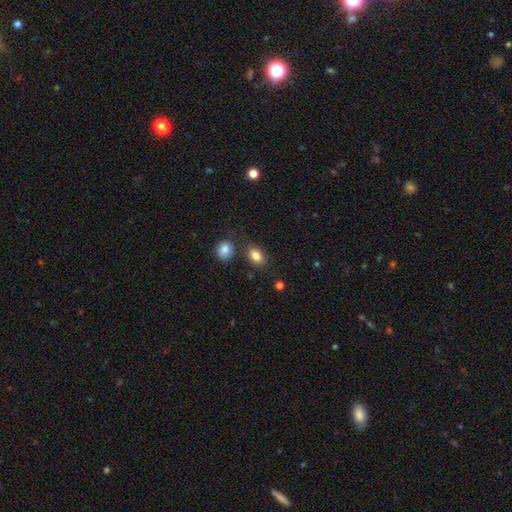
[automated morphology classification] smooth 83%, star or artifact 9%, featured or disk 8%. Down the decision tree: how rounded — in between (81%); merging — none (78%).